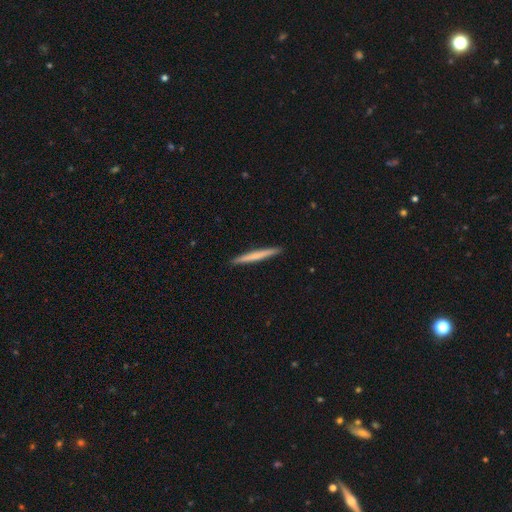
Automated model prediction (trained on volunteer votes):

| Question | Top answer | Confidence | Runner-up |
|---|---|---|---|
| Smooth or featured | smooth | 60% | featured or disk (35%) |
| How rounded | cigar-shaped | 97% | in between (2%) |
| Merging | none | 93% | minor disturbance (5%) |